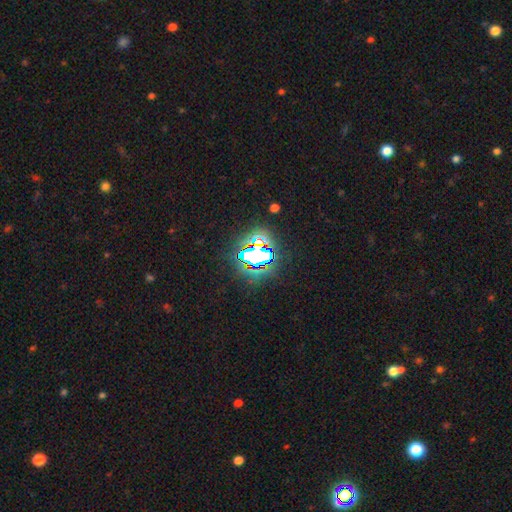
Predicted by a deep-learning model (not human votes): smooth_or_featured: star or artifact (p=0.72) [alt: smooth p=0.16]